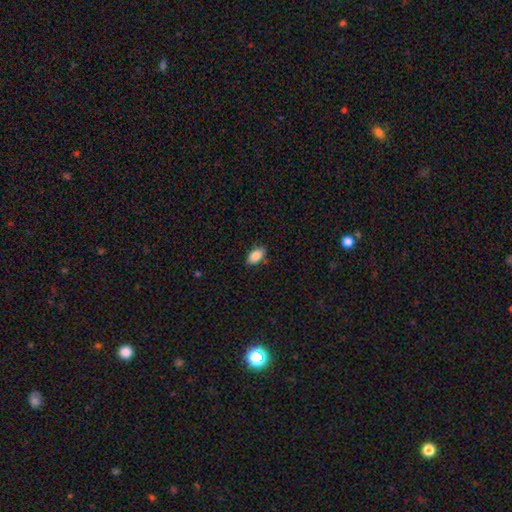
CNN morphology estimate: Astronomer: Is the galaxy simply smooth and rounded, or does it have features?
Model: smooth — 87%.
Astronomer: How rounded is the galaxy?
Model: in between — 92%.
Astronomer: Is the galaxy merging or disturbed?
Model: none — 82%.